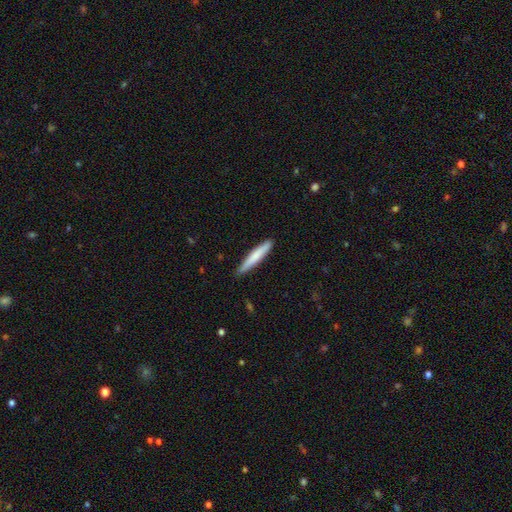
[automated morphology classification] Smooth or featured?
  - smooth: 73% *
  - featured or disk: 22%
  - star or artifact: 5%
How rounded?
  - cigar-shaped: 94% *
  - in between: 5%
  - round: 1%
Merging?
  - none: 89% *
  - minor disturbance: 9%
  - major disturbance: 1%
  - merger: 1%